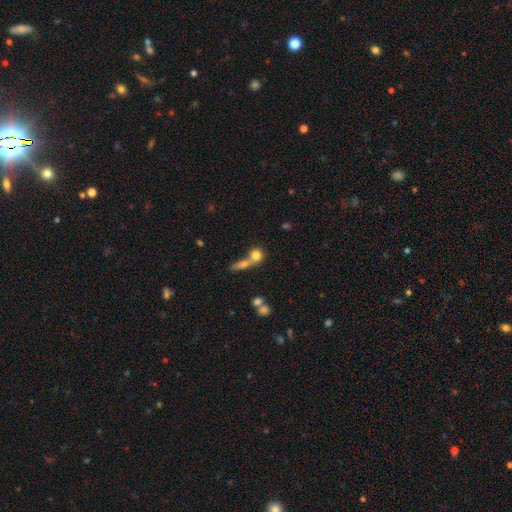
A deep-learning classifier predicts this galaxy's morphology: Smooth or featured? smooth (75%)
How rounded? round (69%)
Merging? merger (59%)